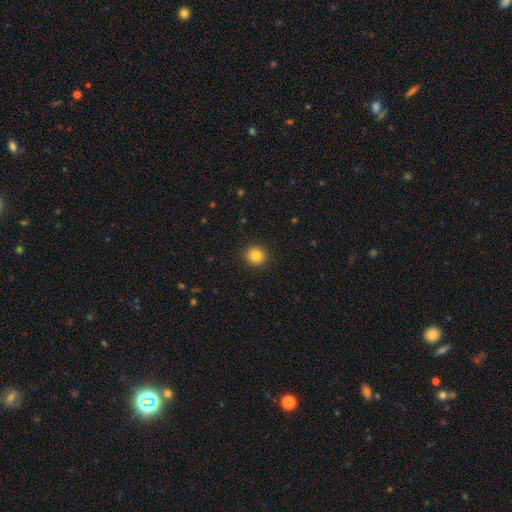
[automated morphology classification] Q: Smooth or featured?
A: smooth (84%); runner-up: star or artifact (11%)
Q: How rounded?
A: round (91%); runner-up: in between (8%)
Q: Merging?
A: none (92%); runner-up: minor disturbance (5%)